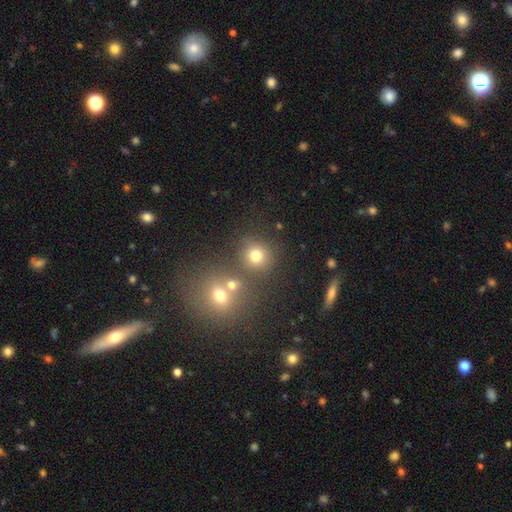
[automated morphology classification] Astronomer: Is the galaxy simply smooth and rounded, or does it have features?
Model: smooth — 73%.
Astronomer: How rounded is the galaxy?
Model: round — 87%.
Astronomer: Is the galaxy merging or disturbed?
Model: none — 68%.